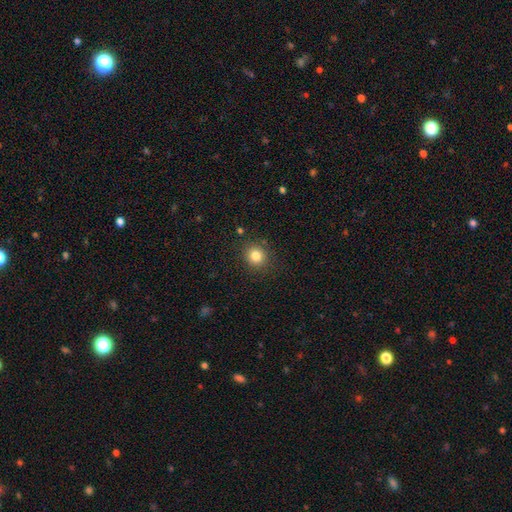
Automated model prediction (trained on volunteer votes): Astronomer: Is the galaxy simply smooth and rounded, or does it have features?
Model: smooth — 82%.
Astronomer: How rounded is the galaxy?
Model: round — 86%.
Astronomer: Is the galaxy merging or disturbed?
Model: none — 87%.